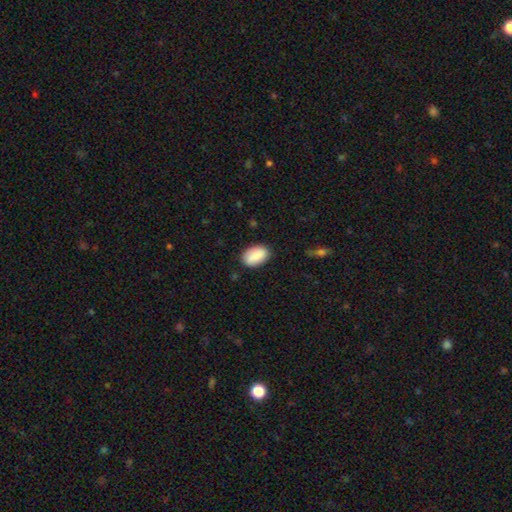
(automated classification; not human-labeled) This is clearly a smooth galaxy (89%). How rounded: clearly in between (91%). Merging: clearly none (84%).